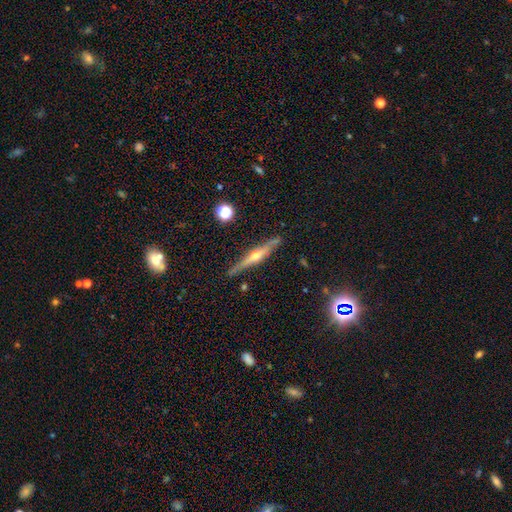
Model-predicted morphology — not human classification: Overall: featured or disk (73%). Edge-on disk: yes (97%). Edge-on bulge: rounded (87%). Merging: none (85%).